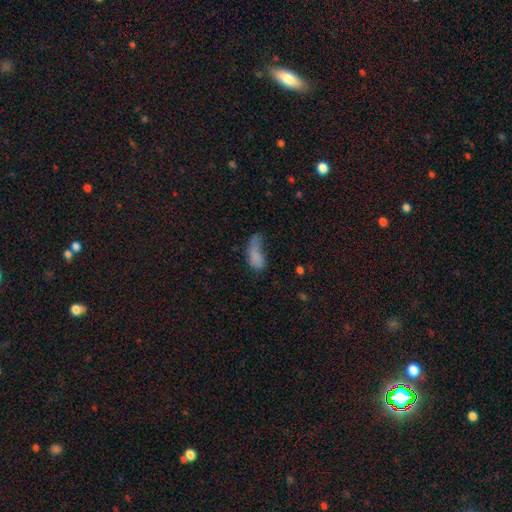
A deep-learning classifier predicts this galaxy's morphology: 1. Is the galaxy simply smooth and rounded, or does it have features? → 72% smooth, 15% featured or disk, 13% star or artifact.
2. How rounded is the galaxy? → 79% in between, 17% cigar-shaped, 4% round.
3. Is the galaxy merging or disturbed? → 41% major disturbance, 27% minor disturbance, 24% none, 8% merger.